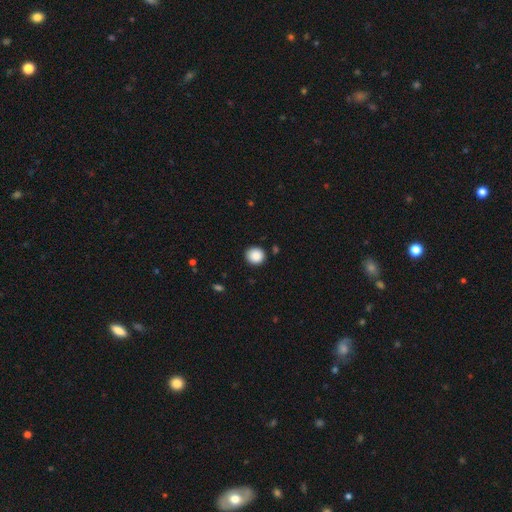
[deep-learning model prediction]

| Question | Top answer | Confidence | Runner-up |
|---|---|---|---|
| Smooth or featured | smooth | 89% | star or artifact (9%) |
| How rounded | round | 90% | in between (9%) |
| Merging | none | 89% | minor disturbance (7%) |